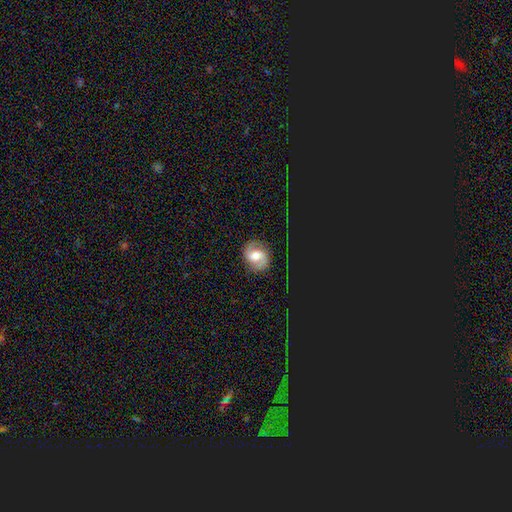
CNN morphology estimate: The model was most divided on "bar": weak: 46%, no: 35%, strong: 20%. Remaining: edge-on disk — no (97%); spiral arms — yes (90%); spiral arm count — 2 (90%); merging — none (82%); bulge size — moderate (69%); smooth or featured — featured or disk (67%); spiral winding — medium (49%).